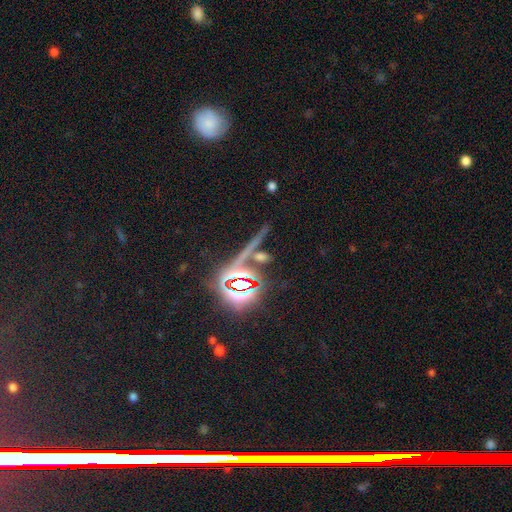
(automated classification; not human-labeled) Smooth or featured? star or artifact (50%)